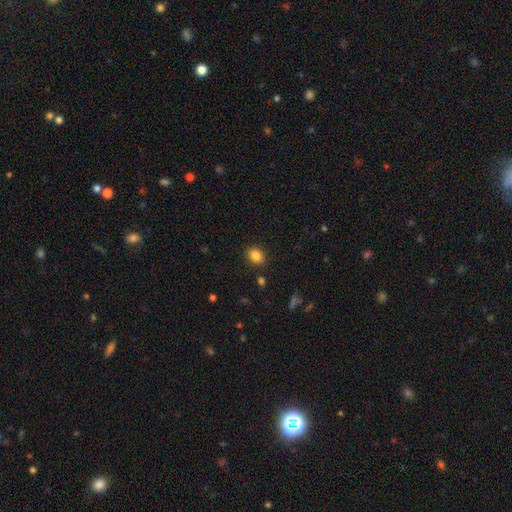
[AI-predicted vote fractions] Smooth or featured: smooth — 86% (star or artifact — 10%)
How rounded: in between — 58% (round — 41%)
Merging: none — 87% (minor disturbance — 9%)